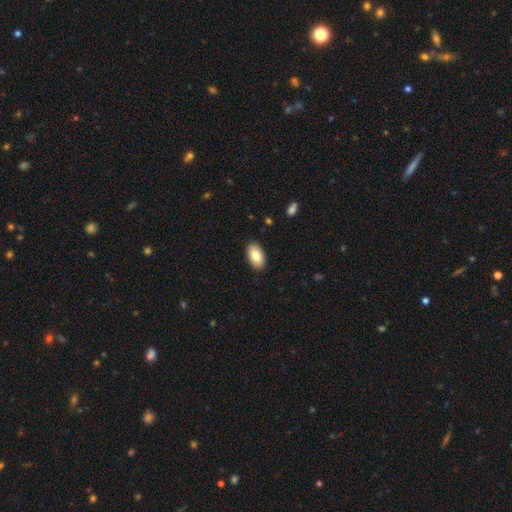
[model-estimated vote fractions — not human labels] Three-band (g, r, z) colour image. It shows a smooth galaxy with no disk features (83%) that is in between round and cigar-shaped (94%). Merging: none (89%).